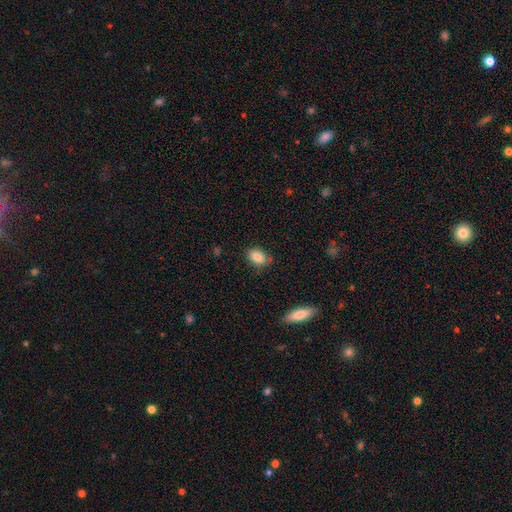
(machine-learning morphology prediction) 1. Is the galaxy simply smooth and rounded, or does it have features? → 84% smooth, 8% star or artifact, 7% featured or disk.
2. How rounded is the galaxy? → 78% in between, 20% round, 2% cigar-shaped.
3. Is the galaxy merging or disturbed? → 81% none, 14% minor disturbance, 3% major disturbance, 2% merger.